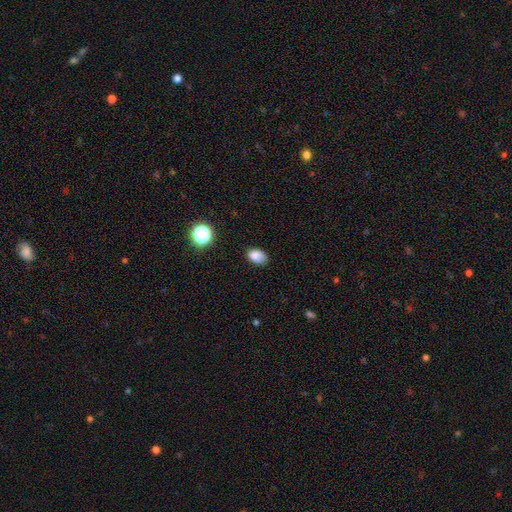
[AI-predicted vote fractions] This appears to be a smooth galaxy with no disk features (84%) that is in between round and cigar-shaped (81%). Merging: none (75%).